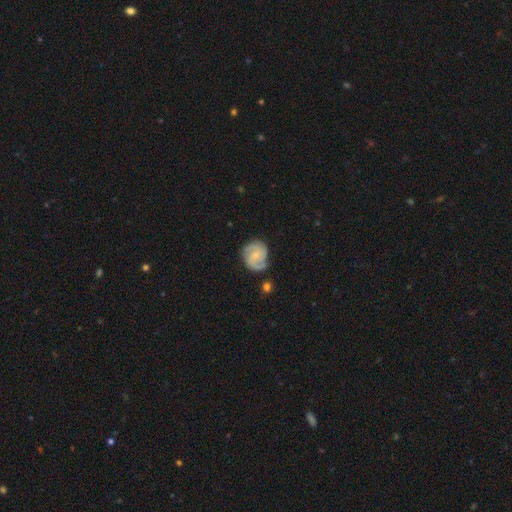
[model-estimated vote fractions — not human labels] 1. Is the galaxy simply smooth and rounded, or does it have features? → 81% featured or disk, 13% smooth, 5% star or artifact.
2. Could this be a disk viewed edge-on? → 98% no, 2% yes.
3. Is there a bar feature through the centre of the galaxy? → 66% no, 29% weak, 5% strong.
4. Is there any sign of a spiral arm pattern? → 97% yes, 3% no.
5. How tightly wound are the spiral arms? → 51% tight, 40% medium, 9% loose.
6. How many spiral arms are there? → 48% 2, 33% 3, 9% can't tell, 4% 4, 3% 1, 3% more than 4.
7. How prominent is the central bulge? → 64% small, 27% moderate, 6% none, 1% large, 1% dominant.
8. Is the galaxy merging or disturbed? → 75% none, 18% minor disturbance, 5% major disturbance, 3% merger.